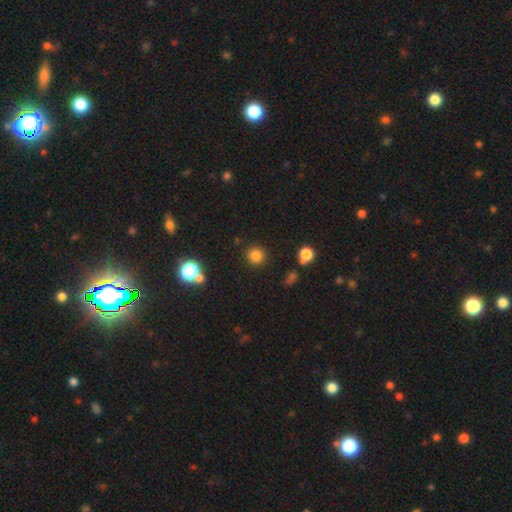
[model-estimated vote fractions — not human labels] Smooth or featured?
  - smooth: 81% *
  - star or artifact: 14%
  - featured or disk: 5%
How rounded?
  - round: 93% *
  - in between: 6%
  - cigar-shaped: 1%
Merging?
  - none: 88% *
  - minor disturbance: 6%
  - merger: 3%
  - major disturbance: 2%